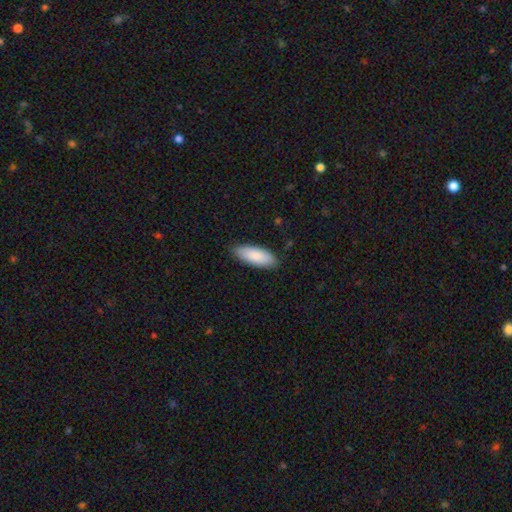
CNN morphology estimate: Q: Smooth or featured?
A: smooth (86%); runner-up: featured or disk (9%)
Q: How rounded?
A: in between (76%); runner-up: cigar-shaped (23%)
Q: Merging?
A: none (86%); runner-up: minor disturbance (12%)